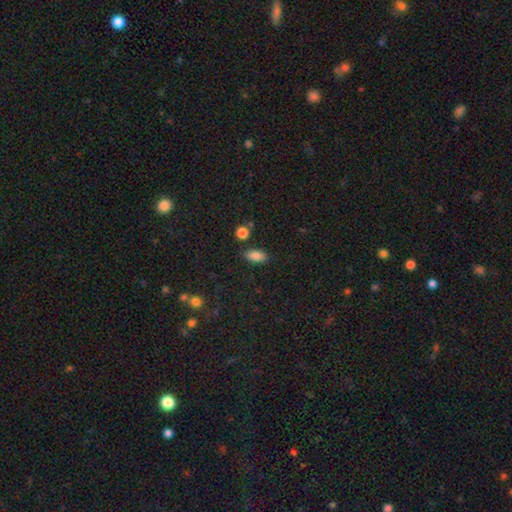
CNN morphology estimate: smooth 85%, star or artifact 10%, featured or disk 5%. Down the decision tree: how rounded — in between (89%); merging — none (82%).